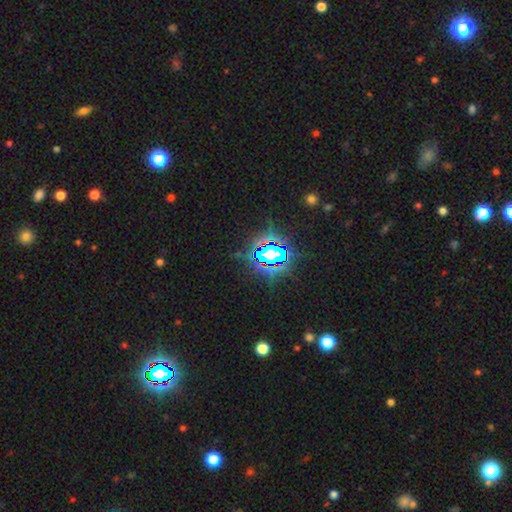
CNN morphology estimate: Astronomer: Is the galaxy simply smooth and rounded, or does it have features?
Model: star or artifact — 77%.